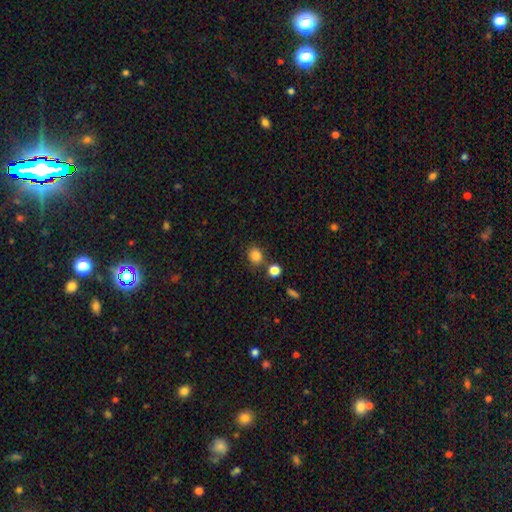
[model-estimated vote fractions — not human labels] The model was most divided on "how rounded": round: 63%, in between: 36%, cigar-shaped: 1%. More confident: smooth or featured — smooth (84%); merging — none (74%).